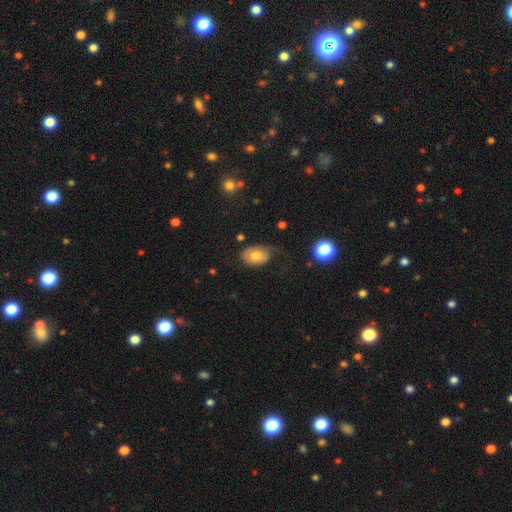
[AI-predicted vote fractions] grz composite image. It shows a smooth galaxy with no disk features (66%) that is in between round and cigar-shaped (84%). Merging: none (55%).